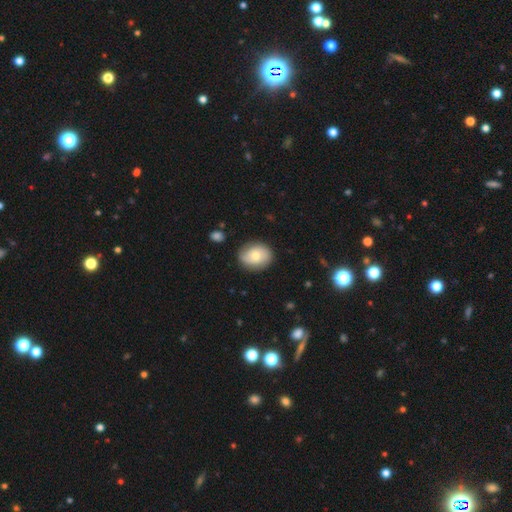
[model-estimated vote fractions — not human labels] Q: Smooth or featured?
A: smooth (57%); runner-up: featured or disk (36%)
Q: How rounded?
A: in between (50%); runner-up: round (49%)
Q: Merging?
A: none (80%); runner-up: minor disturbance (15%)